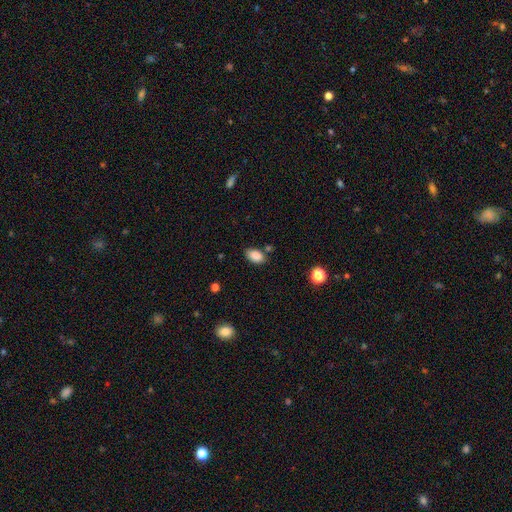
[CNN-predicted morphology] type=smooth (87%); roundness=in between (90%); merging=none (75%).